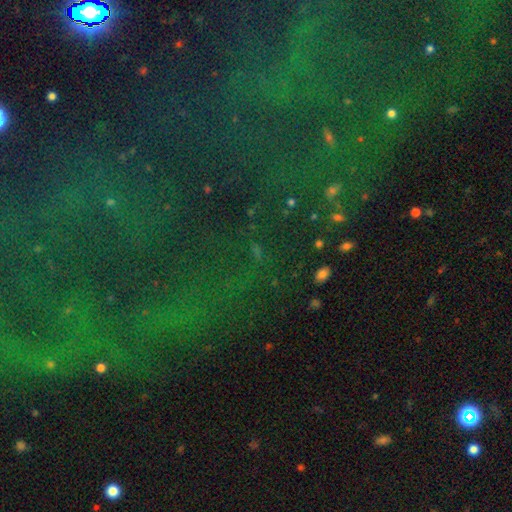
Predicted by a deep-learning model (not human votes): smooth_or_featured: star or artifact (p=0.75) [alt: smooth p=0.13]